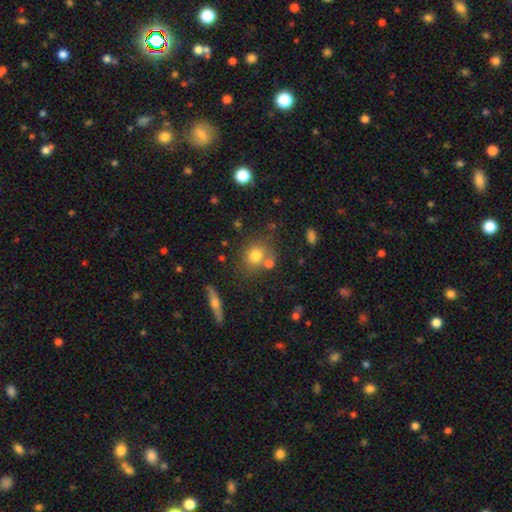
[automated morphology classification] smooth-or-featured: smooth: 76% | star or artifact: 13% | featured or disk: 12%
  how-rounded: round: 78% | in between: 20% | cigar-shaped: 2%
  merging: none: 65% | merger: 19% | minor disturbance: 12% | major disturbance: 5%